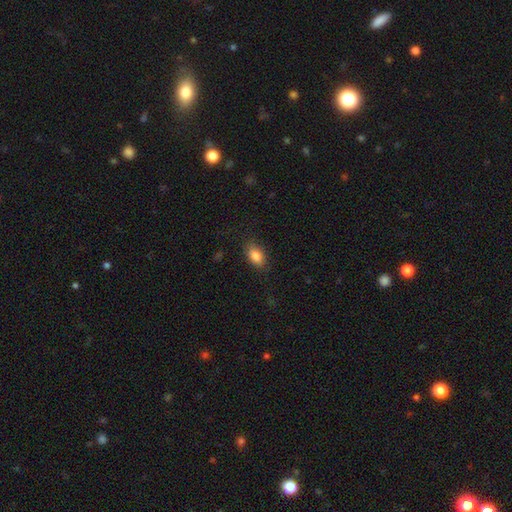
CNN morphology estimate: Q: Smooth or featured?
A: smooth (85%); runner-up: star or artifact (8%)
Q: How rounded?
A: in between (88%); runner-up: round (10%)
Q: Merging?
A: none (84%); runner-up: minor disturbance (12%)